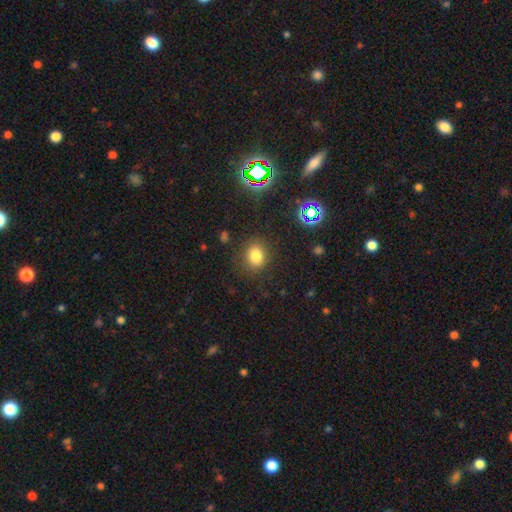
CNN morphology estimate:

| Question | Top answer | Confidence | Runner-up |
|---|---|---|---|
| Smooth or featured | smooth | 78% | star or artifact (16%) |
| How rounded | round | 61% | in between (38%) |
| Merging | none | 83% | minor disturbance (10%) |